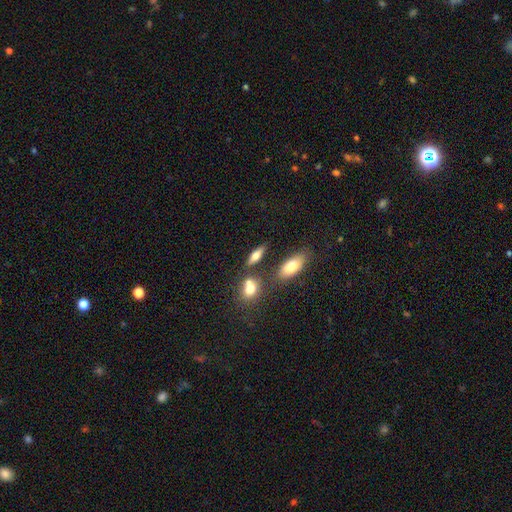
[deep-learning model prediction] The model was most divided on "how rounded": in between: 58%, cigar-shaped: 34%, round: 8%. More confident: merging — none (70%); smooth or featured — smooth (61%).